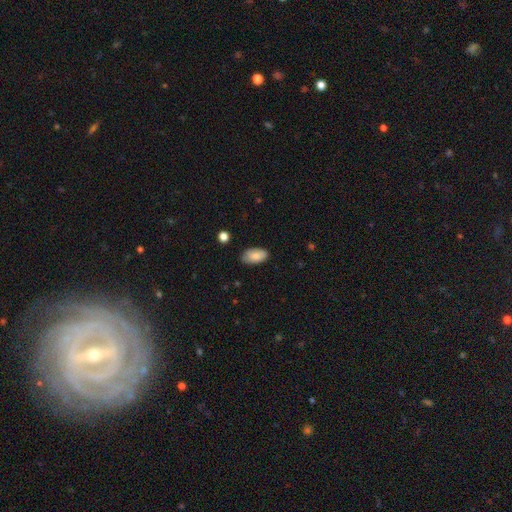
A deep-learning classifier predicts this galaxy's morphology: A smooth galaxy with no disk features (85%) that is in between round and cigar-shaped (94%). Merging: none (78%).